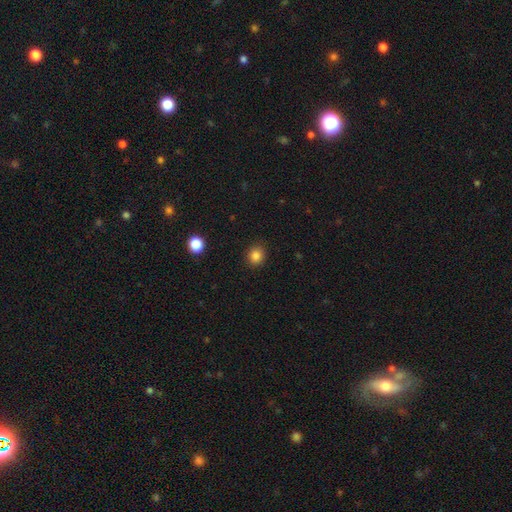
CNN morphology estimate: smooth-or-featured: smooth: 84% | star or artifact: 12% | featured or disk: 4%
  how-rounded: round: 79% | in between: 20% | cigar-shaped: 1%
  merging: none: 90% | minor disturbance: 7% | major disturbance: 2% | merger: 1%